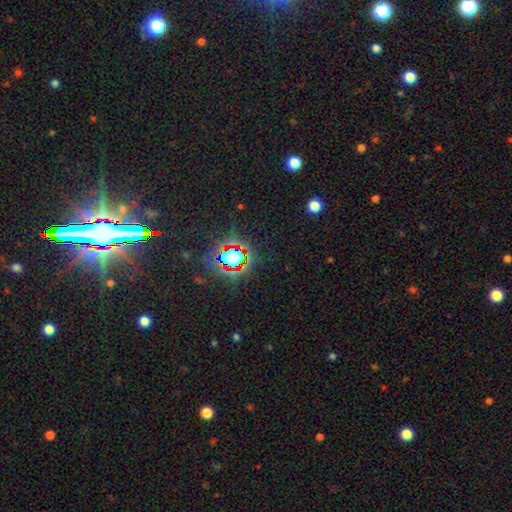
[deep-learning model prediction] A star or artifact, not a galaxy (84%).

Vote fractions:
- Smooth or featured? star or artifact: 84% / smooth: 8% / featured or disk: 8%